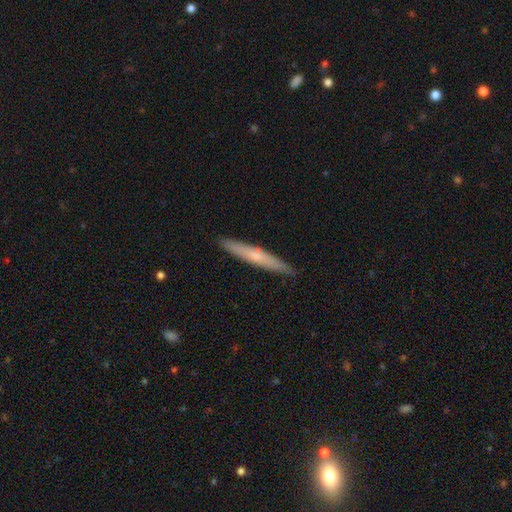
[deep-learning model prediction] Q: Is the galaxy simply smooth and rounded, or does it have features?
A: smooth — 52%.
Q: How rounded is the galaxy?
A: cigar-shaped — 95%.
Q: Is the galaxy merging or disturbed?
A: none — 91%.